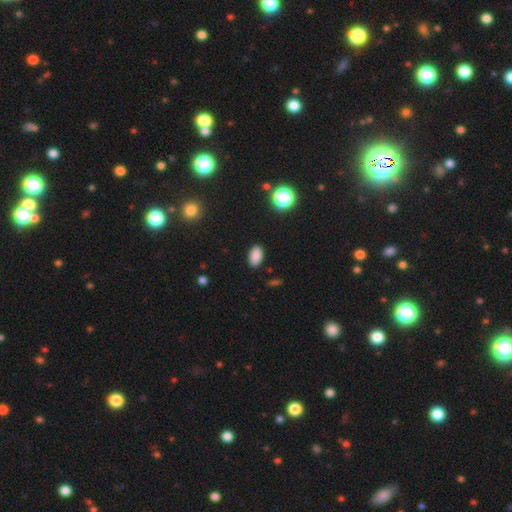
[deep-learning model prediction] Smooth or featured? smooth (86%)
How rounded? in between (92%)
Merging? none (88%)